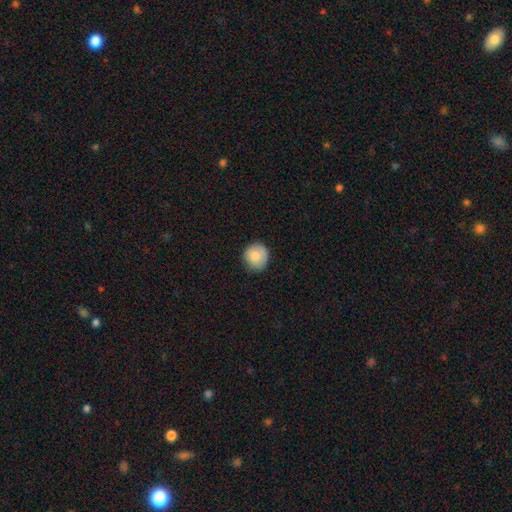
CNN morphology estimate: Smooth or featured: smooth — 85% (star or artifact — 8%)
How rounded: round — 90% (in between — 9%)
Merging: none — 81% (minor disturbance — 15%)